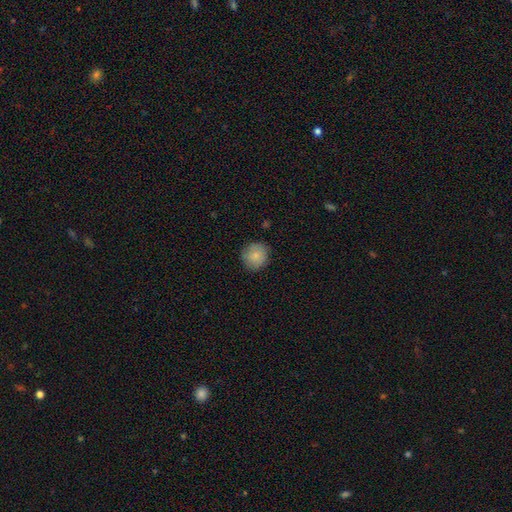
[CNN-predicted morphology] The model was most divided on "smooth or featured": smooth: 82%, featured or disk: 10%, star or artifact: 8%. More confident: how rounded — round (90%); merging — none (85%).